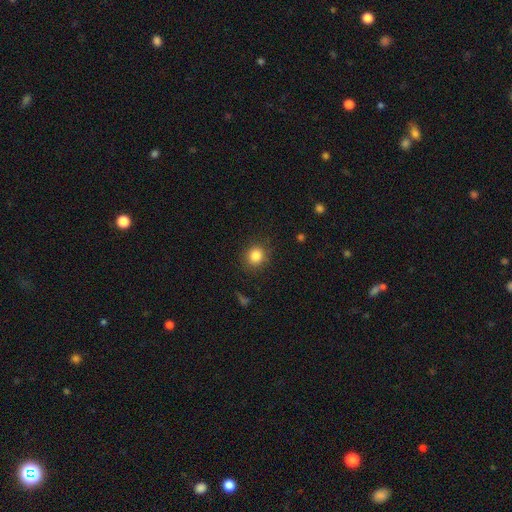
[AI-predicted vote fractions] smooth-or-featured: smooth: 84% | star or artifact: 11% | featured or disk: 5%
  how-rounded: round: 86% | in between: 13% | cigar-shaped: 1%
  merging: none: 88% | minor disturbance: 8% | major disturbance: 3% | merger: 1%